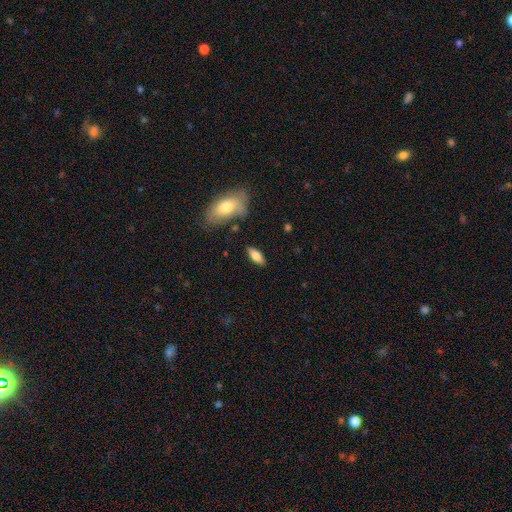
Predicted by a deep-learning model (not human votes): Smooth or featured?
  - smooth: 69% *
  - featured or disk: 24%
  - star or artifact: 7%
How rounded?
  - in between: 73% *
  - cigar-shaped: 24%
  - round: 3%
Merging?
  - none: 84% *
  - minor disturbance: 11%
  - major disturbance: 3%
  - merger: 2%